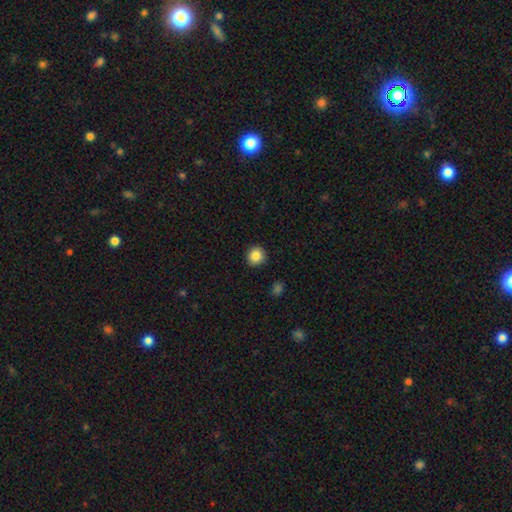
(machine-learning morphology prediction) This is clearly a smooth galaxy (86%). How rounded: clearly round (93%). Merging: clearly none (91%).